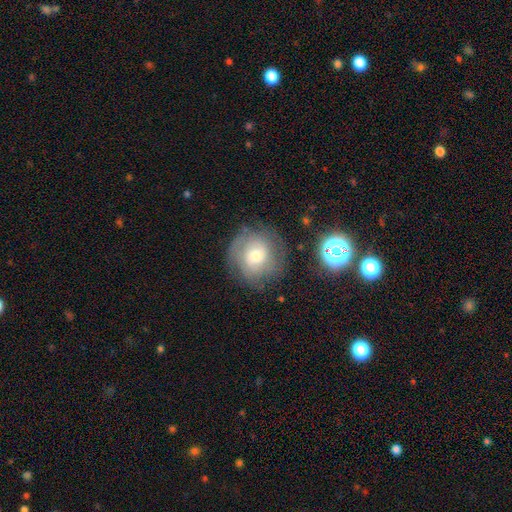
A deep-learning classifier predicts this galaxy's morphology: This is possibly a featured or disk galaxy (48%). Merging: likely none (72%).